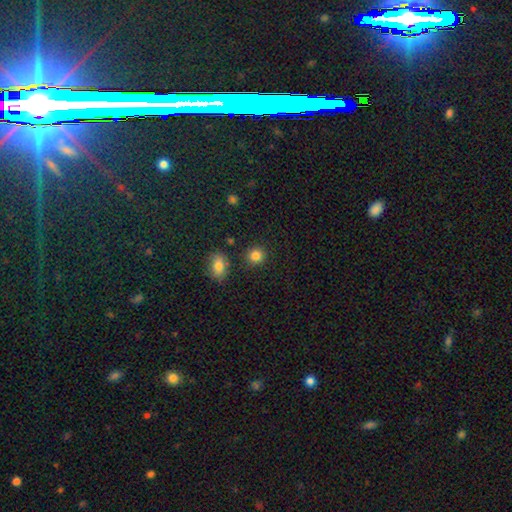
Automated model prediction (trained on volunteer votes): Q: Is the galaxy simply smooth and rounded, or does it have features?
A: smooth — 85%.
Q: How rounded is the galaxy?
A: round — 87%.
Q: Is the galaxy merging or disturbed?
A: none — 87%.